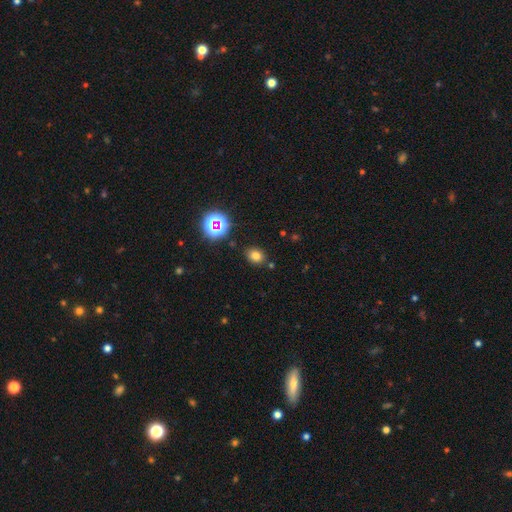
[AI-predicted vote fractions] Smooth or featured: smooth — 75% (star or artifact — 18%)
How rounded: in between — 51% (round — 48%)
Merging: none — 83% (minor disturbance — 10%)